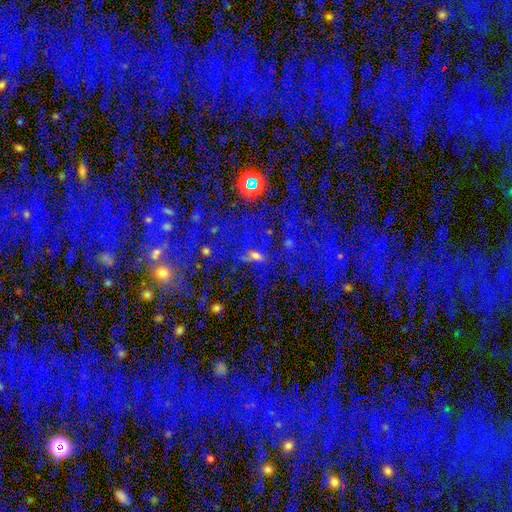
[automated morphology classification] smooth_or_featured: smooth (p=0.41) [alt: star or artifact p=0.40]
merging: none (p=0.62) [alt: minor disturbance p=0.16]